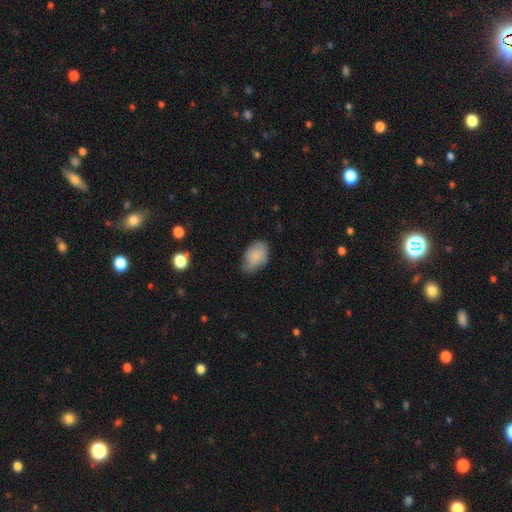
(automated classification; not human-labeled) This appears to be a smooth galaxy with no disk features (81%) that is in between round and cigar-shaped (89%). Merging: none (62%).